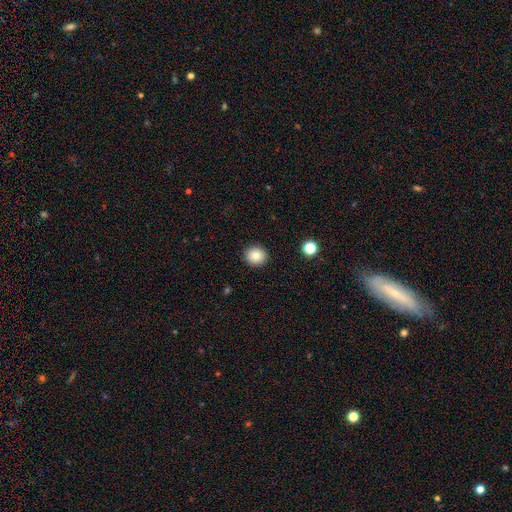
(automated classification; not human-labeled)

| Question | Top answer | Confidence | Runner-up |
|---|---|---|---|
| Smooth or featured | smooth | 82% | star or artifact (10%) |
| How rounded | round | 89% | in between (10%) |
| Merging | none | 91% | minor disturbance (6%) |